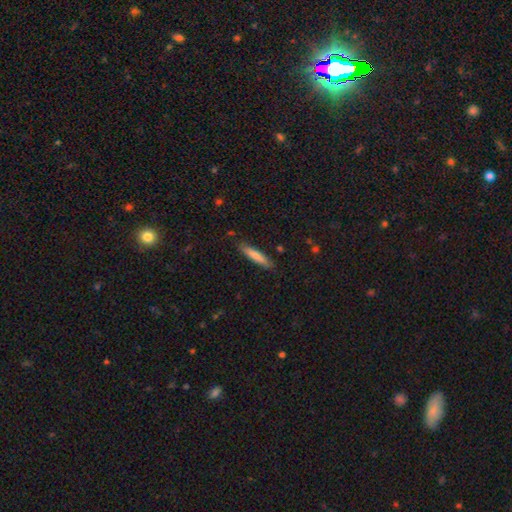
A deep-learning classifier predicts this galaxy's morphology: This appears to be a smooth galaxy with no disk features (76%) that is cigar-shaped (87%). Merging: none (85%).